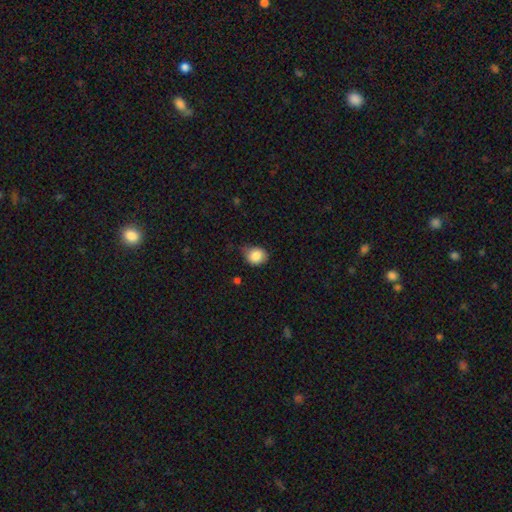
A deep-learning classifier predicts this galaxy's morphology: A smooth galaxy with no disk features (85%) that is round (61%).

Vote fractions:
- Smooth or featured? smooth: 85% / star or artifact: 8% / featured or disk: 7%
- How rounded? round: 61% / in between: 38% / cigar-shaped: 1%
- Merging? none: 59% / minor disturbance: 32% / major disturbance: 6% / merger: 2%